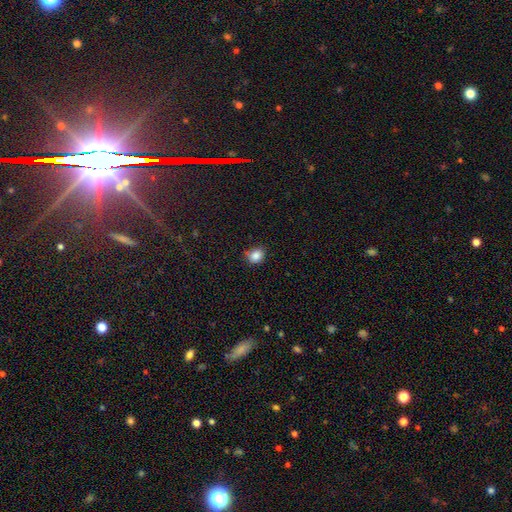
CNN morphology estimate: type=smooth (84%); roundness=round (63%); merging=none (70%).